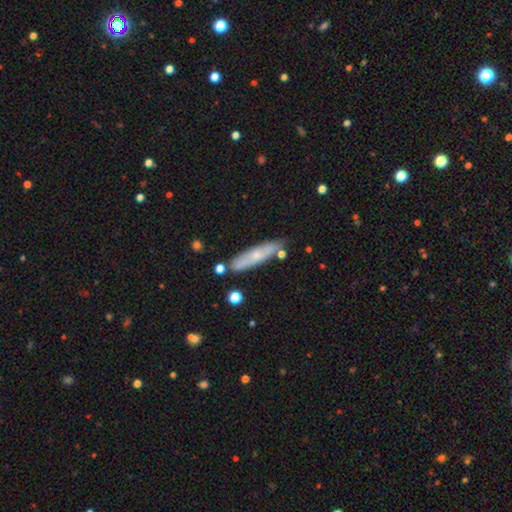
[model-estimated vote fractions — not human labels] Smooth or featured? Predicted: smooth (p=0.53). How rounded? Predicted: cigar-shaped (p=0.81). Merging? Predicted: none (p=0.78).